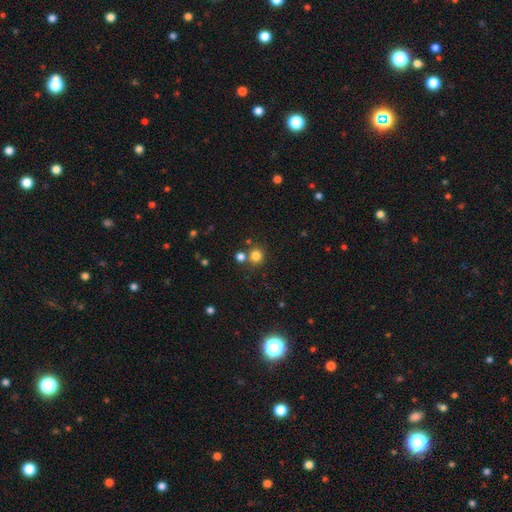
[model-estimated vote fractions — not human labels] The model was most divided on "merging": none: 73%, merger: 17%, minor disturbance: 7%, major disturbance: 3%. More confident: how rounded — round (92%); smooth or featured — smooth (80%).